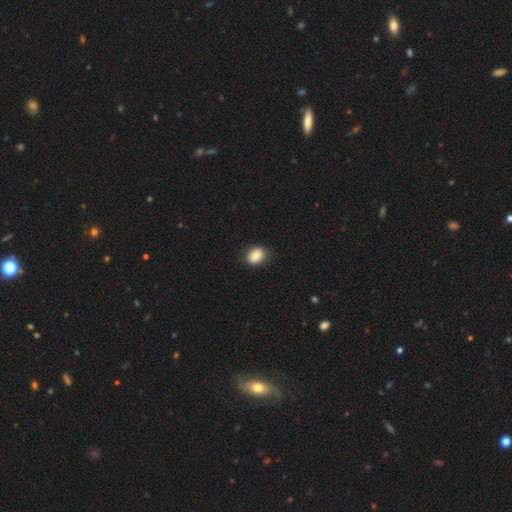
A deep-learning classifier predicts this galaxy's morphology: type=smooth (86%); roundness=in between (51%); merging=none (89%).